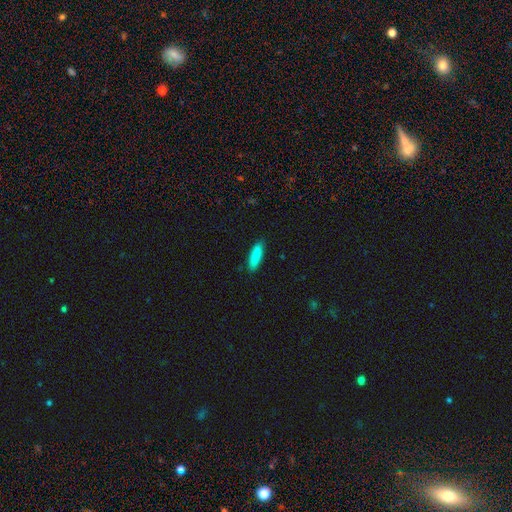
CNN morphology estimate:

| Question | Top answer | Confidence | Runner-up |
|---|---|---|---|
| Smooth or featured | smooth | 88% | star or artifact (6%) |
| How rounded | cigar-shaped | 59% | in between (40%) |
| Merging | none | 87% | minor disturbance (10%) |